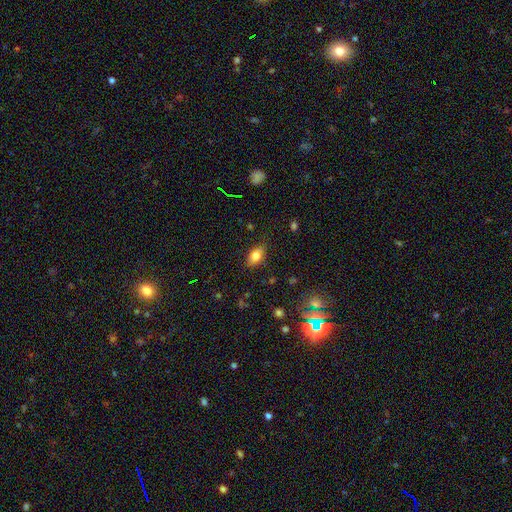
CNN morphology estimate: The model was most divided on "smooth or featured": smooth: 79%, featured or disk: 11%, star or artifact: 10%. More confident: how rounded — in between (86%); merging — none (82%).